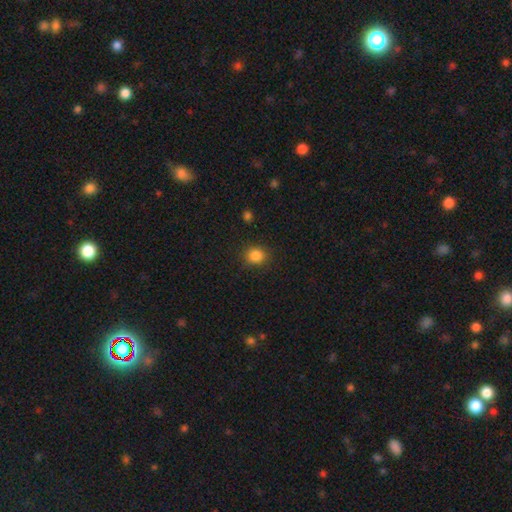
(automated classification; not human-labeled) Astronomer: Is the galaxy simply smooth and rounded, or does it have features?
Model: smooth — 85%.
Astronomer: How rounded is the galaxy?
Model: round — 79%.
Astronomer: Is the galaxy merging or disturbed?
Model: none — 88%.